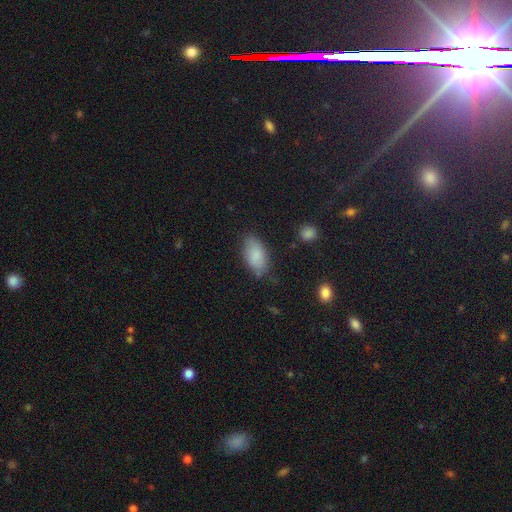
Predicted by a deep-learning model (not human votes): Smooth or featured? smooth (85%)
How rounded? in between (93%)
Merging? none (74%)